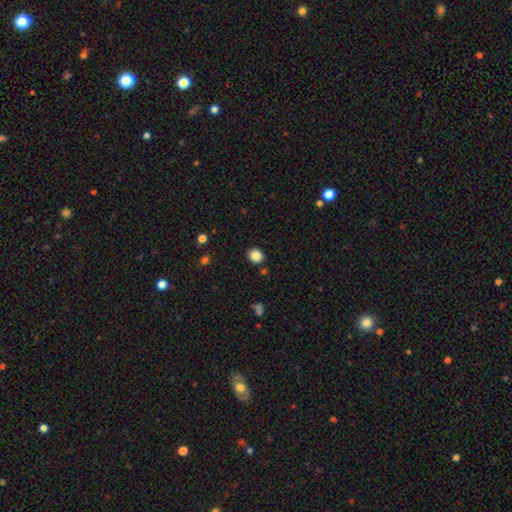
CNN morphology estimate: Overall: smooth (85%). How rounded: round (71%). Merging: none (88%).